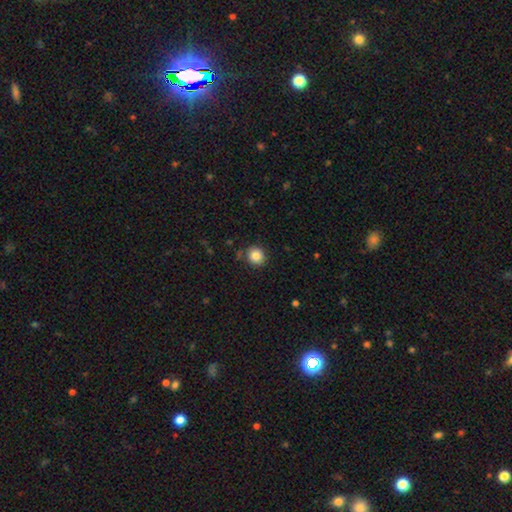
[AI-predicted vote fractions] Smooth or featured?
  - smooth: 85% *
  - star or artifact: 10%
  - featured or disk: 5%
How rounded?
  - round: 88% *
  - in between: 11%
  - cigar-shaped: 1%
Merging?
  - none: 86% *
  - minor disturbance: 9%
  - merger: 3%
  - major disturbance: 2%